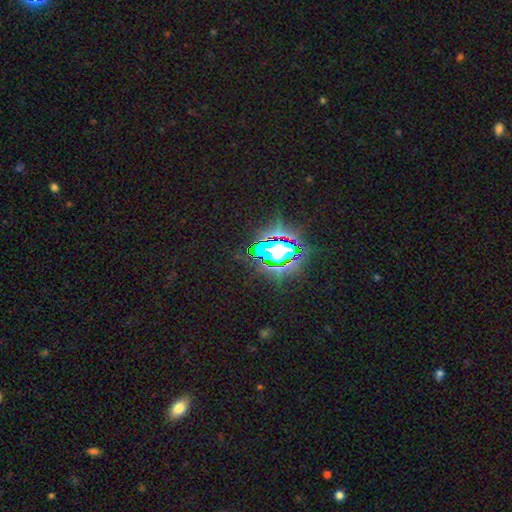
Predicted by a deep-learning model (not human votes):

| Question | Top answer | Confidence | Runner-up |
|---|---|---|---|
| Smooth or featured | star or artifact | 78% | smooth (12%) |